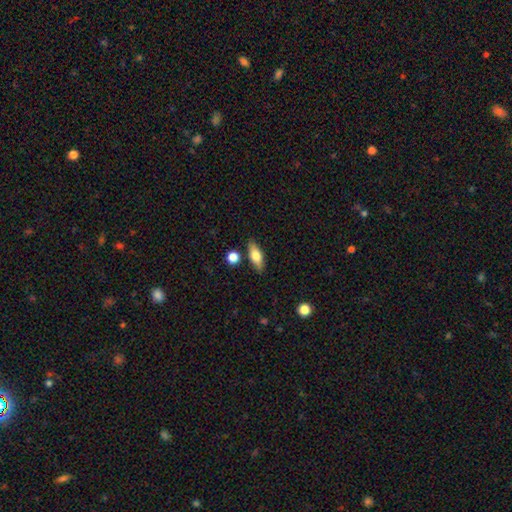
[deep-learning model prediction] smooth_or_featured: smooth (p=0.65) [alt: featured or disk p=0.28]
how_rounded: in between (p=0.65) [alt: cigar-shaped p=0.30]
merging: none (p=0.81) [alt: minor disturbance p=0.11]